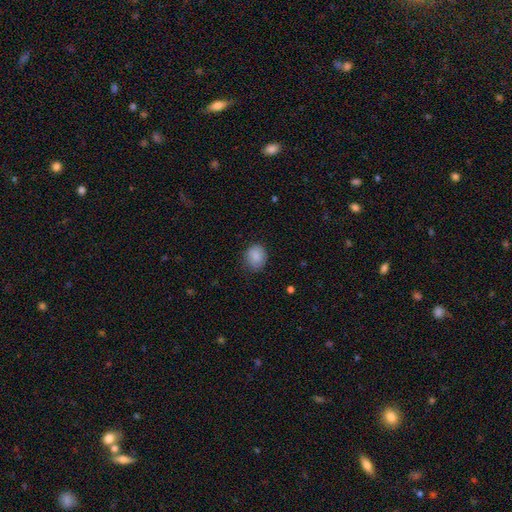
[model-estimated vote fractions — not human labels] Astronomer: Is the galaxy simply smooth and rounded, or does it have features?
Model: smooth — 87%.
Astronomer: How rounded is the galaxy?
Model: round — 61% (runner-up: in between, 39%).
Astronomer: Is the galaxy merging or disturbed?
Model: none — 77%.